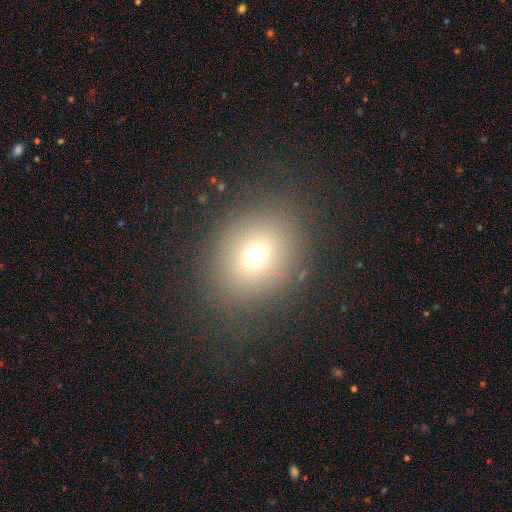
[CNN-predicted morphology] Overall: smooth (68%). How rounded: round (65%; in between 34%). Merging: none (83%).